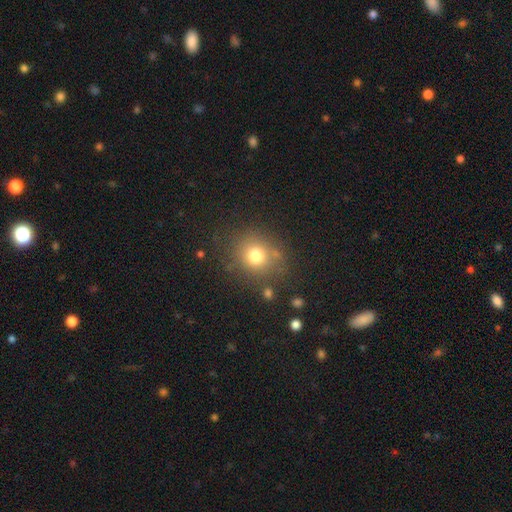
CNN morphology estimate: This is likely a smooth galaxy (75%). How rounded: likely round (79%). Merging: likely none (77%).